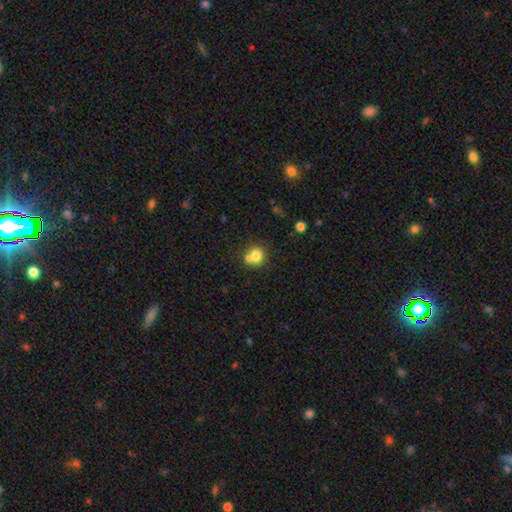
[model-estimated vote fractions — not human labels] smooth-or-featured: smooth: 77% | featured or disk: 12% | star or artifact: 11%
  how-rounded: round: 85% | in between: 14% | cigar-shaped: 1%
  merging: none: 51% | merger: 36% | minor disturbance: 10% | major disturbance: 4%